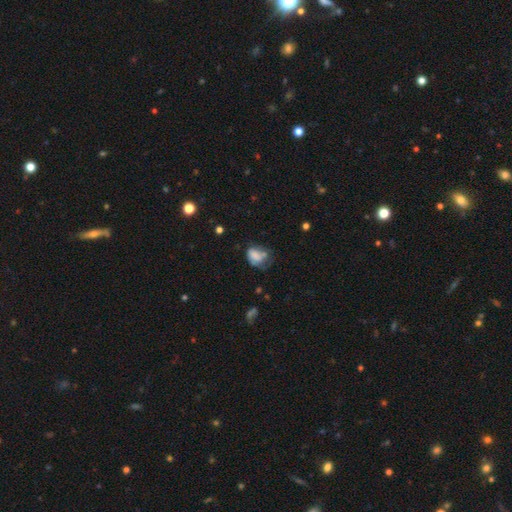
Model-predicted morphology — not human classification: smooth_or_featured: smooth (p=0.66) [alt: featured or disk p=0.23]
how_rounded: in between (p=0.73) [alt: round p=0.26]
merging: minor disturbance (p=0.31) [alt: none p=0.30]